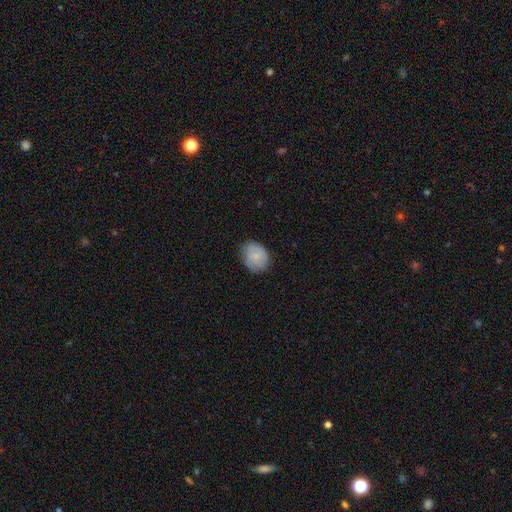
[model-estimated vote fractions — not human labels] Smooth or featured: smooth — 74% (featured or disk — 19%)
How rounded: in between — 51% (round — 48%)
Merging: none — 75% (minor disturbance — 20%)